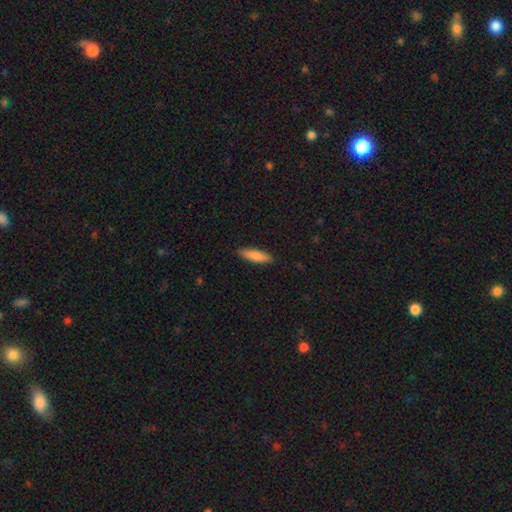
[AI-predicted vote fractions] smooth-or-featured: smooth: 84% | featured or disk: 11% | star or artifact: 6%
  how-rounded: cigar-shaped: 65% | in between: 34% | round: 2%
  merging: none: 89% | minor disturbance: 9% | major disturbance: 2% | merger: 1%